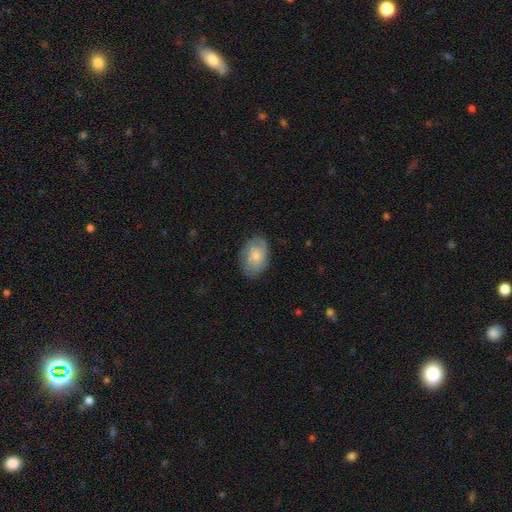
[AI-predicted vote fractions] smooth-or-featured: smooth: 68% | featured or disk: 26% | star or artifact: 6%
  how-rounded: in between: 83% | round: 16% | cigar-shaped: 1%
  merging: none: 76% | minor disturbance: 18% | major disturbance: 4% | merger: 1%